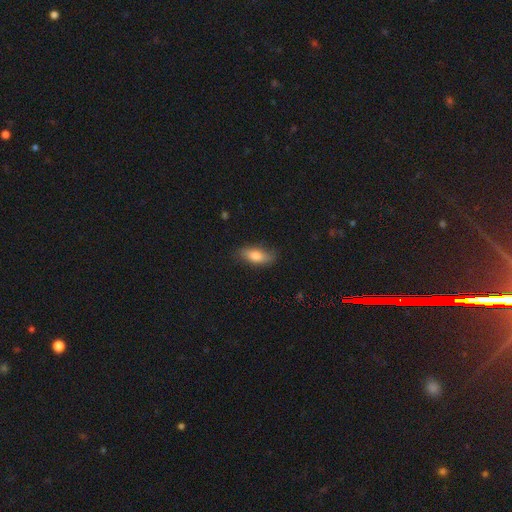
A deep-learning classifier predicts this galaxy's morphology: smooth-or-featured: smooth: 77% | featured or disk: 17% | star or artifact: 6%
  how-rounded: in between: 73% | cigar-shaped: 24% | round: 3%
  merging: none: 80% | minor disturbance: 16% | major disturbance: 3% | merger: 1%